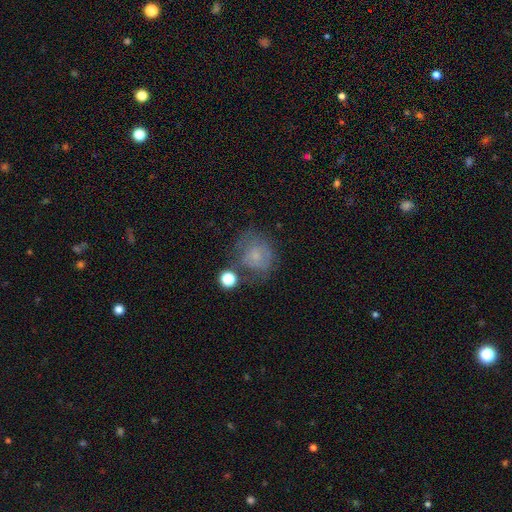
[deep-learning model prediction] Smooth or featured? smooth (56%)
How rounded? round (76%)
Merging? none (47%)